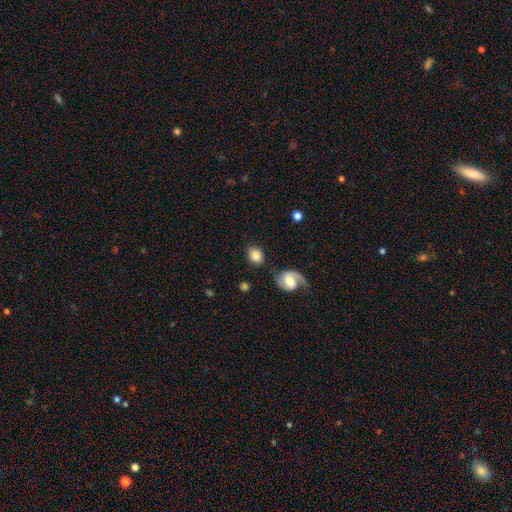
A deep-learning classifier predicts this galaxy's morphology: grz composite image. It shows a smooth galaxy with no disk features (81%) that is in between round and cigar-shaped (50%). Merging: none (77%).